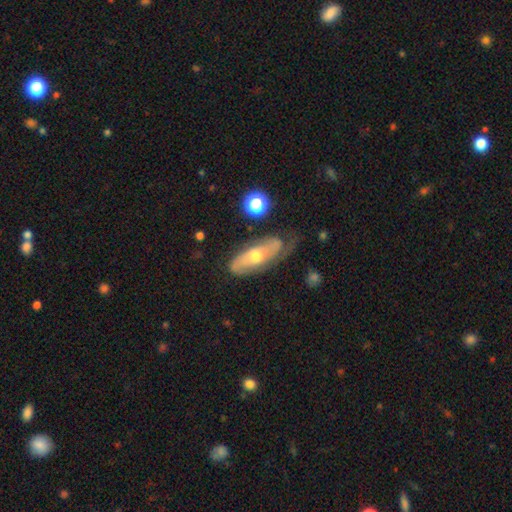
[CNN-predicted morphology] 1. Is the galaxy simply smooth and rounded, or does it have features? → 70% featured or disk, 22% smooth, 7% star or artifact.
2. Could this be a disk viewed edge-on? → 82% no, 18% yes.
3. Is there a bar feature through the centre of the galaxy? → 70% no, 22% weak, 8% strong.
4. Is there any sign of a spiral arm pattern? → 81% yes, 19% no.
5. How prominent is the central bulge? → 71% moderate, 21% small, 5% large, 1% none, 1% dominant.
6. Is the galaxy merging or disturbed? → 59% none, 26% minor disturbance, 13% major disturbance, 3% merger.